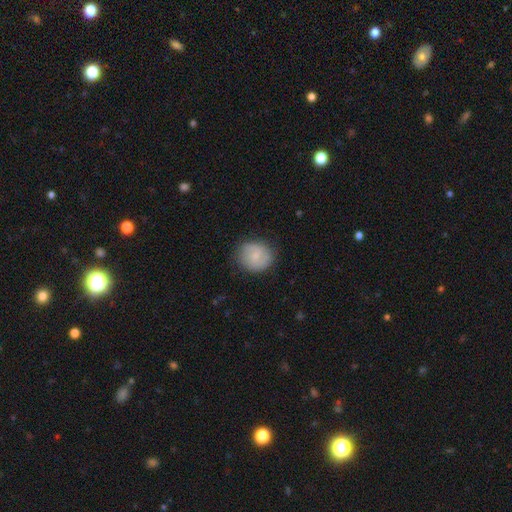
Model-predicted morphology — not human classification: This appears to be a smooth galaxy with no disk features (66%) that is round (80%). Merging: none (80%).